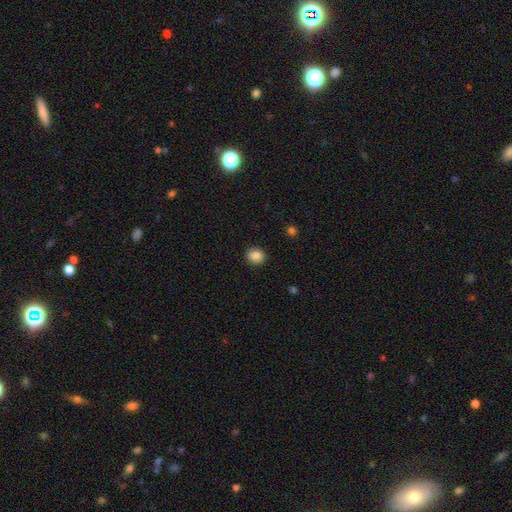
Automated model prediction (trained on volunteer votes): Q: Smooth or featured?
A: smooth (87%); runner-up: star or artifact (9%)
Q: How rounded?
A: round (74%); runner-up: in between (25%)
Q: Merging?
A: none (91%); runner-up: minor disturbance (6%)